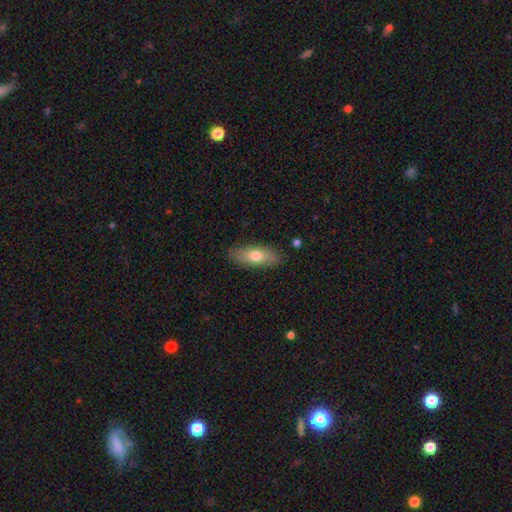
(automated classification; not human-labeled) The model was most divided on "smooth or featured": smooth: 72%, featured or disk: 22%, star or artifact: 6%. More confident: merging — none (85%); how rounded — in between (74%).